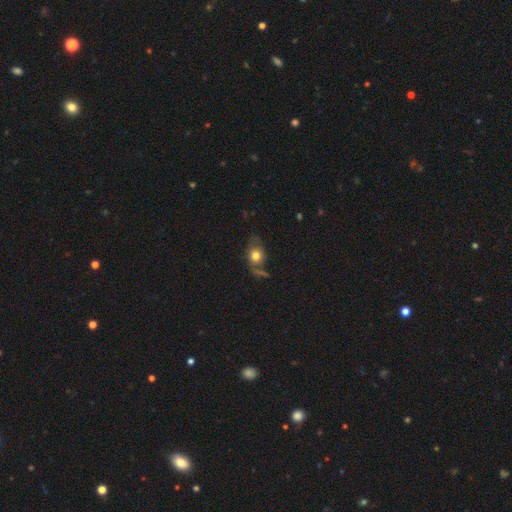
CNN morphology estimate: A smooth galaxy with no disk features (67%) that is round (51%). Merging: none (49%).